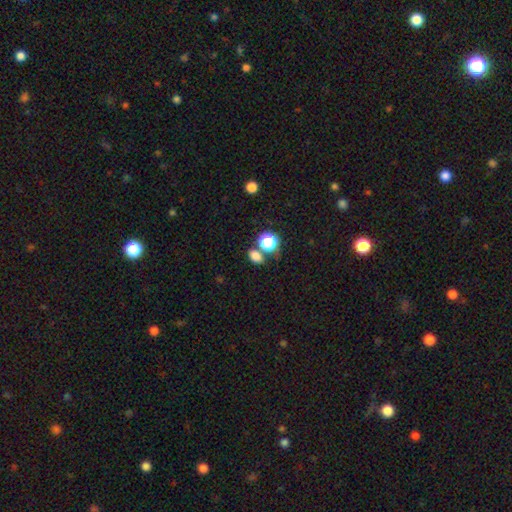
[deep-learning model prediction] Morphology: type=smooth (77%); roundness=in between (66%); merging=none (65%).